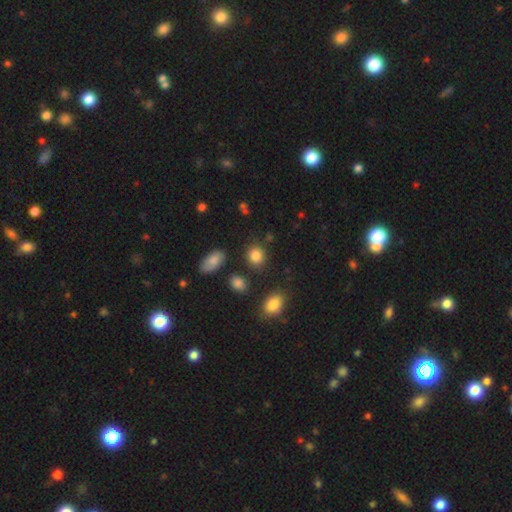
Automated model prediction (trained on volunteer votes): smooth 85%, star or artifact 10%, featured or disk 5%. Down the decision tree: how rounded — round (65%); merging — none (81%).